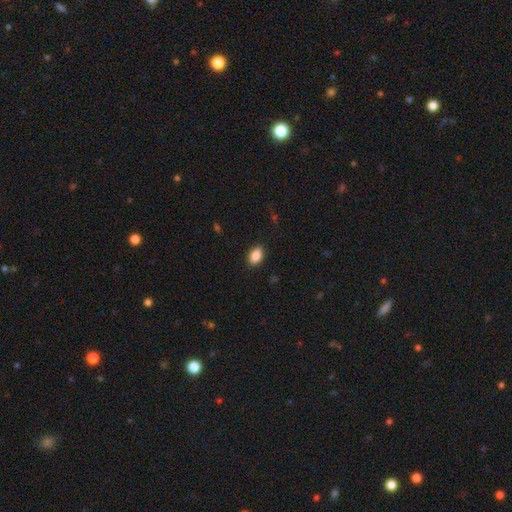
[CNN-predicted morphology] Smooth or featured?
  - smooth: 88% *
  - star or artifact: 8%
  - featured or disk: 4%
How rounded?
  - in between: 89% *
  - round: 9%
  - cigar-shaped: 2%
Merging?
  - none: 88% *
  - minor disturbance: 9%
  - major disturbance: 2%
  - merger: 1%